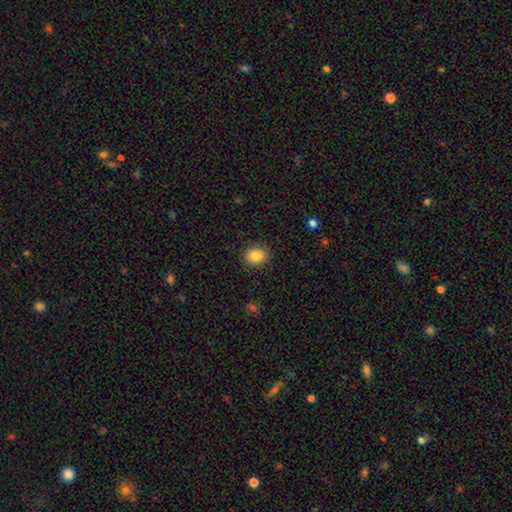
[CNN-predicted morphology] smooth-or-featured: smooth: 86% | star or artifact: 9% | featured or disk: 5%
  how-rounded: round: 64% | in between: 36% | cigar-shaped: 1%
  merging: none: 88% | minor disturbance: 8% | major disturbance: 3% | merger: 1%